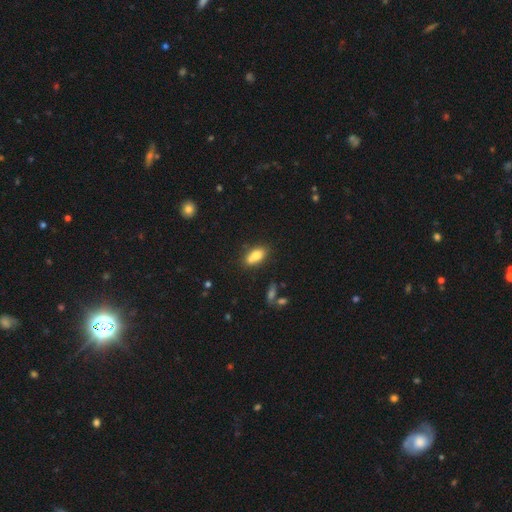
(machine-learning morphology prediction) type=smooth (76%); roundness=in between (85%); merging=none (54%).